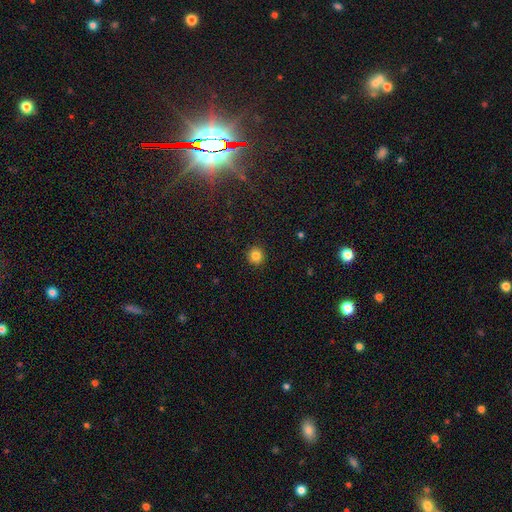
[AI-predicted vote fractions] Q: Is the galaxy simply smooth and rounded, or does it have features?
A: smooth — 83%.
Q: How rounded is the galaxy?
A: round — 93%.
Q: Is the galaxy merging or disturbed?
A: none — 92%.